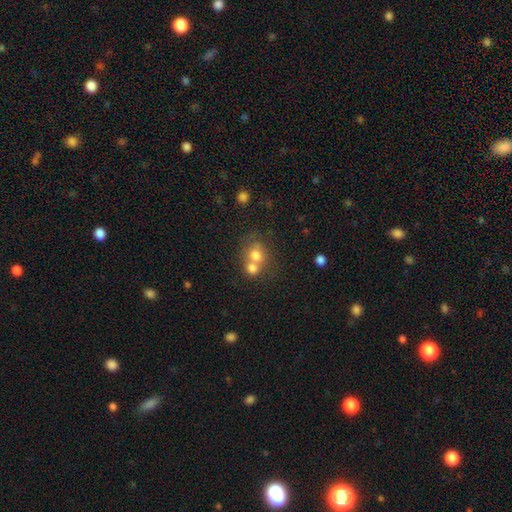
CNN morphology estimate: The model was most divided on "merging": merger: 57%, none: 33%, minor disturbance: 7%, major disturbance: 4%. More confident: how rounded — round (76%); smooth or featured — smooth (72%).